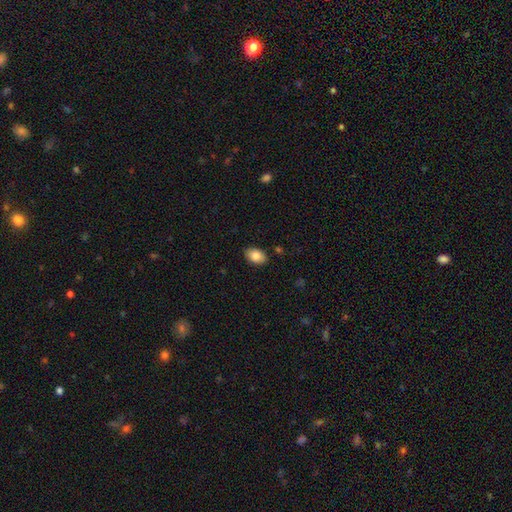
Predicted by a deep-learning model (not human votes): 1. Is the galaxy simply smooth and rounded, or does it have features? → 85% smooth, 8% featured or disk, 7% star or artifact.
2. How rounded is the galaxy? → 87% in between, 12% round, 1% cigar-shaped.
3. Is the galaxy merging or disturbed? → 86% none, 10% minor disturbance, 2% major disturbance, 1% merger.